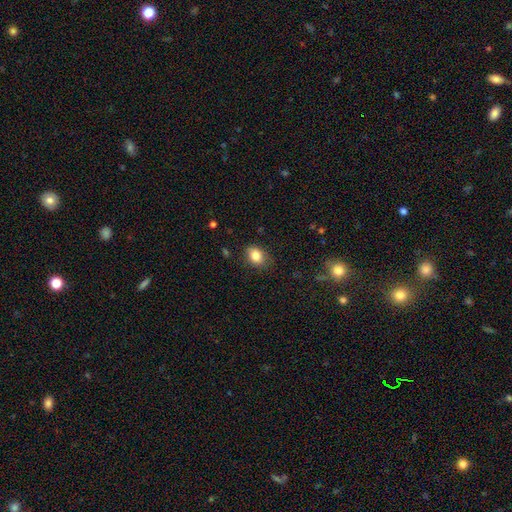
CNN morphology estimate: Overall: smooth (85%). How rounded: in between (70%). Merging: none (78%).